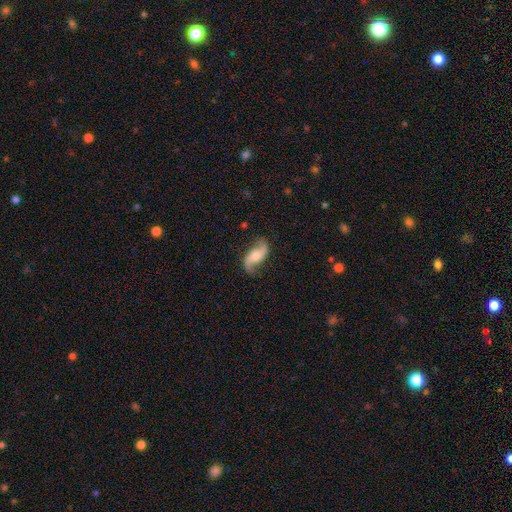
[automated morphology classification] The model was most divided on "bar": no: 54%, weak: 34%, strong: 12%. More confident: spiral arms — yes (95%); edge-on disk — no (95%); spiral arm count — 2 (93%); smooth or featured — featured or disk (81%); spiral winding — loose (79%); merging — none (78%); bulge size — moderate (51%).